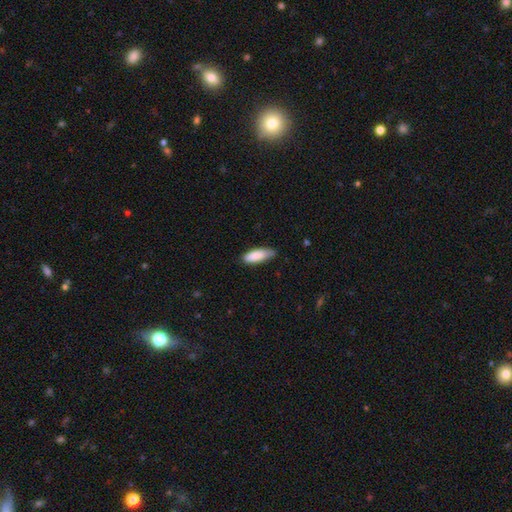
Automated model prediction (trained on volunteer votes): This is clearly a smooth galaxy (87%). How rounded: likely in between (64%). Merging: likely none (69%).